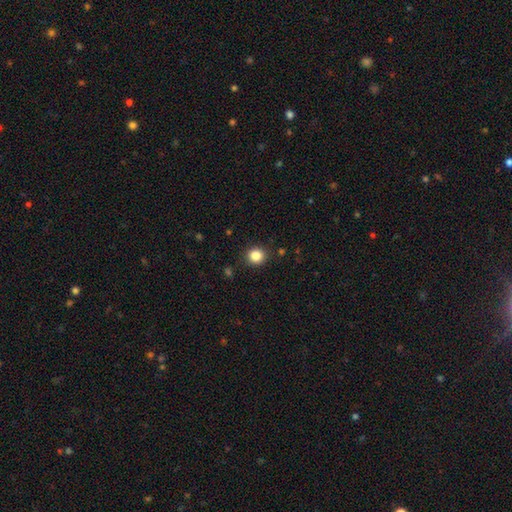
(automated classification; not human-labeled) Overall: smooth (84%). How rounded: round (88%). Merging: none (90%).